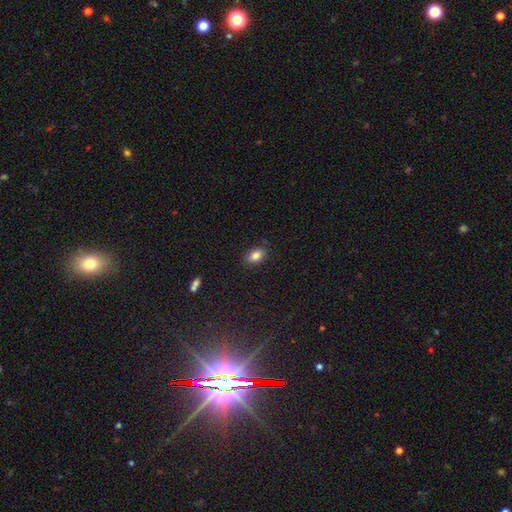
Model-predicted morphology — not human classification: Smooth or featured? Predicted: smooth (p=0.84). How rounded? Predicted: in between (p=0.84). Merging? Predicted: none (p=0.84).